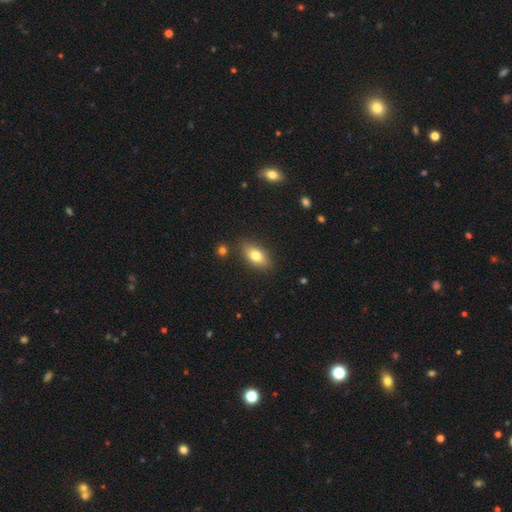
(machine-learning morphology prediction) A smooth galaxy with no disk features (76%) that is in between round and cigar-shaped (85%). Merging: none (84%).